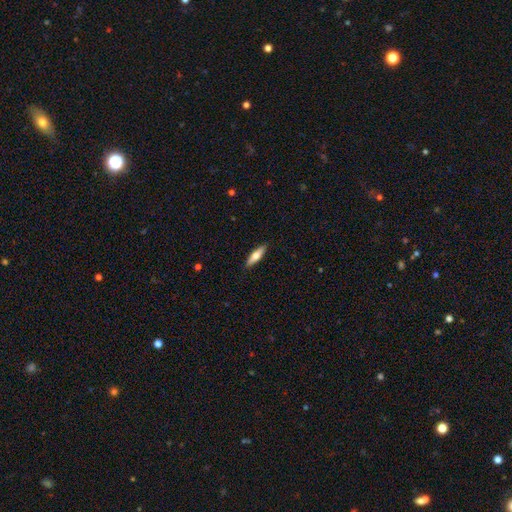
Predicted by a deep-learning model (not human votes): Morphology: type=smooth (62%); roundness=cigar-shaped (67%); merging=none (90%).